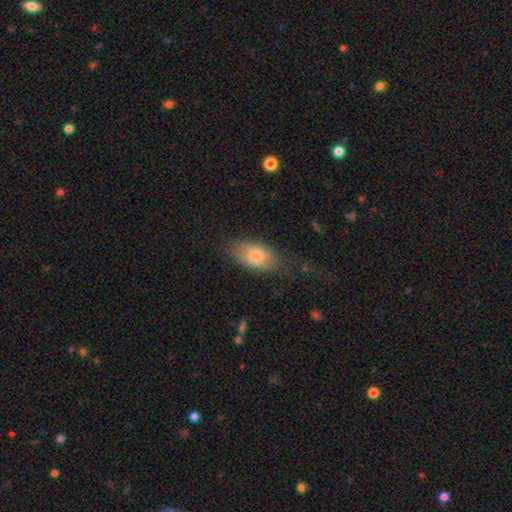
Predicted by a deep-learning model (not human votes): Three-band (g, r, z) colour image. It shows a smooth galaxy with no disk features (79%) that is in between round and cigar-shaped (91%). Merging: none (70%).